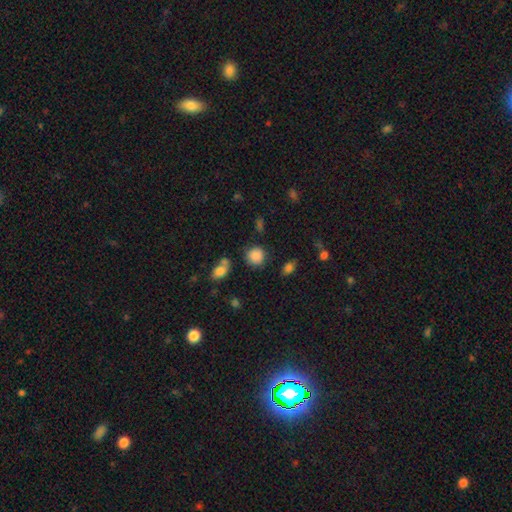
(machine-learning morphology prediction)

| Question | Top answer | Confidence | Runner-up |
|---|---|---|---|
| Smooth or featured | smooth | 84% | star or artifact (10%) |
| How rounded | round | 85% | in between (14%) |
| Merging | none | 75% | minor disturbance (15%) |